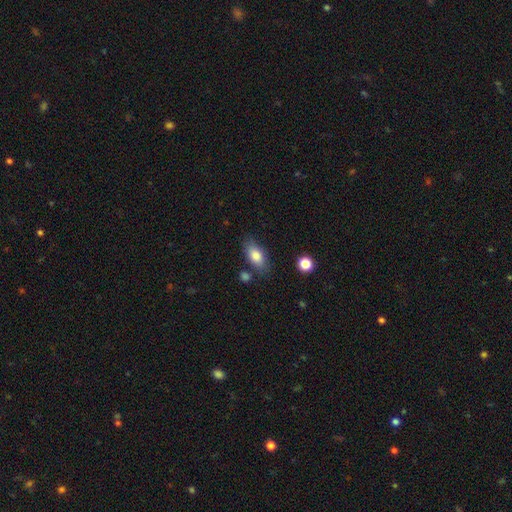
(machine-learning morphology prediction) A smooth galaxy with no disk features (82%) that is in between round and cigar-shaped (88%). Merging: none (76%).